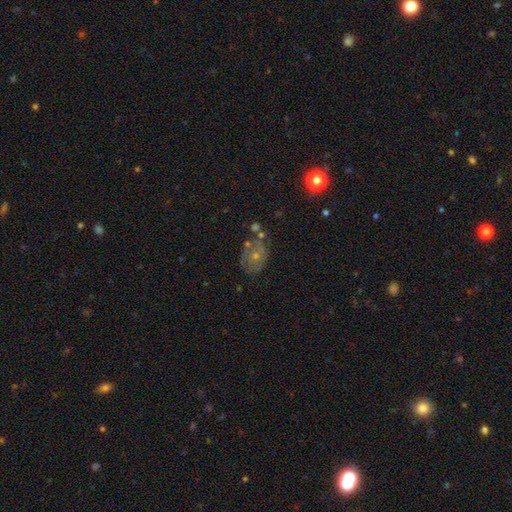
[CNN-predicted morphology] type=featured or disk (48%); merging=none (58%).